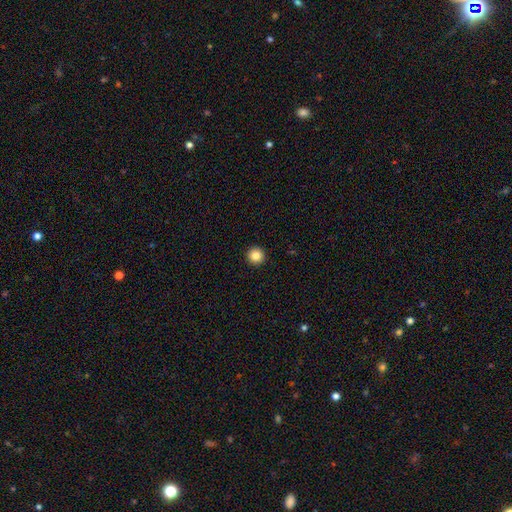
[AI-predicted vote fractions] smooth-or-featured: smooth: 86% | star or artifact: 10% | featured or disk: 4%
  how-rounded: round: 96% | in between: 3% | cigar-shaped: 1%
  merging: none: 94% | minor disturbance: 4% | major disturbance: 1% | merger: 1%